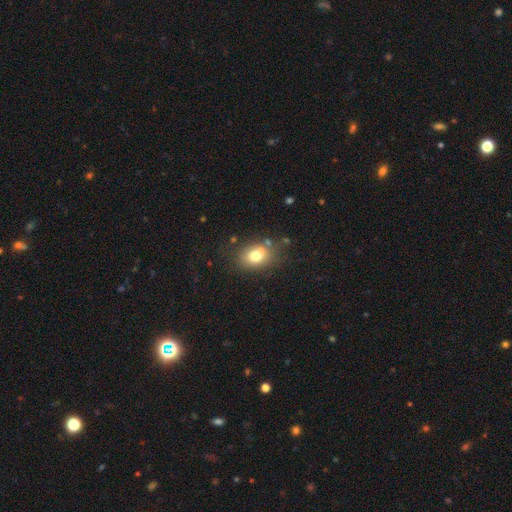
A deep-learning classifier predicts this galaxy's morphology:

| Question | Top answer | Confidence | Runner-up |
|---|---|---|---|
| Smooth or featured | smooth | 74% | featured or disk (14%) |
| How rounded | in between | 64% | round (35%) |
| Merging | none | 71% | minor disturbance (16%) |